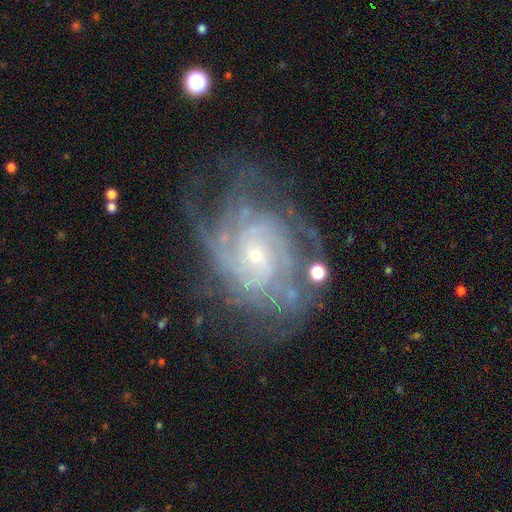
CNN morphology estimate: This is clearly a featured or disk galaxy (90%). It is clearly not viewed edge-on (97%). Bar: likely no (66%). Spiral arm pattern: clearly yes (98%). Spiral arm count: marginally 4 (25%). Spiral winding: likely tight (69%). Central bulge: likely small (79%). Merging: likely none (65%).